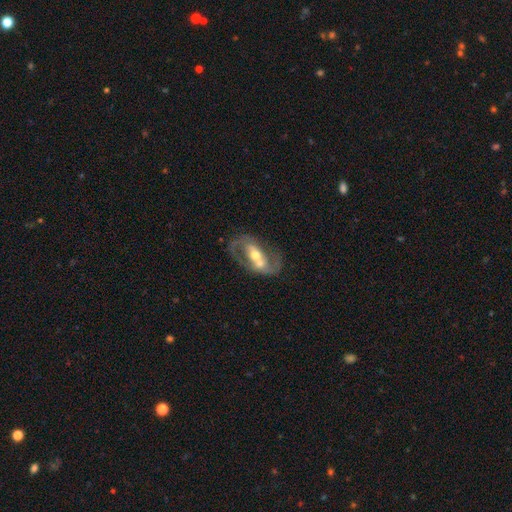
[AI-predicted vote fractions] This appears to be a featured or disk galaxy (78%) with no bar (42%), 2 (77%) medium (47%) spiral arms (74%) and a moderate central bulge (68%). Merging: merger (42%).